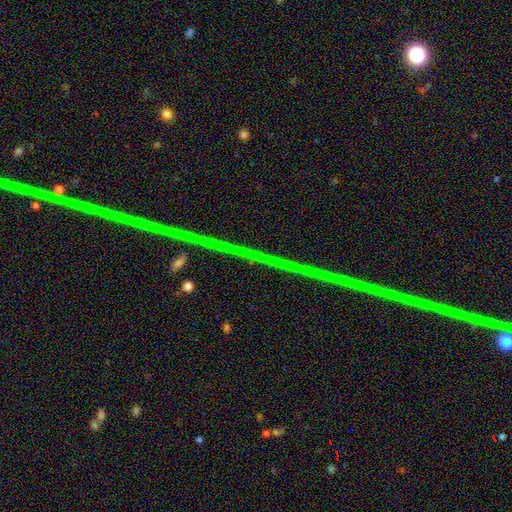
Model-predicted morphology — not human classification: smooth_or_featured: star or artifact (p=0.78) [alt: featured or disk p=0.15]